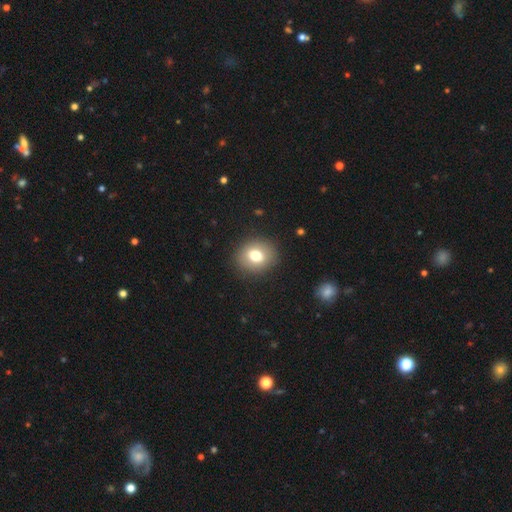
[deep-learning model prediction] A smooth galaxy with no disk features (75%) that is round (73%).

Vote fractions:
- Smooth or featured? smooth: 75% / featured or disk: 14% / star or artifact: 11%
- How rounded? round: 73% / in between: 26% / cigar-shaped: 1%
- Merging? none: 89% / minor disturbance: 8% / major disturbance: 3% / merger: 1%